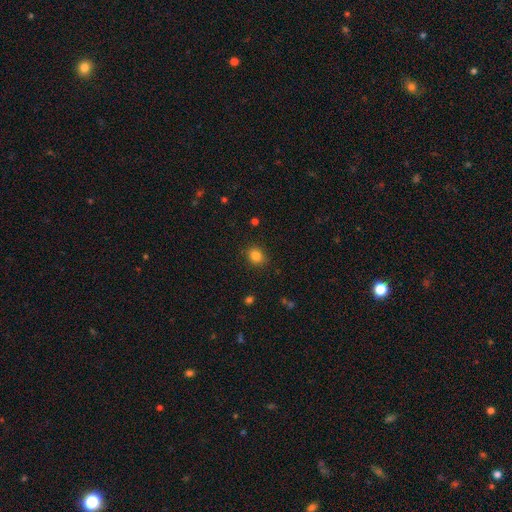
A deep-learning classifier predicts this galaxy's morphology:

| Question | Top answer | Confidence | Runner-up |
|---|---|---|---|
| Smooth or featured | smooth | 83% | star or artifact (11%) |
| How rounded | round | 66% | in between (33%) |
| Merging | none | 88% | minor disturbance (8%) |